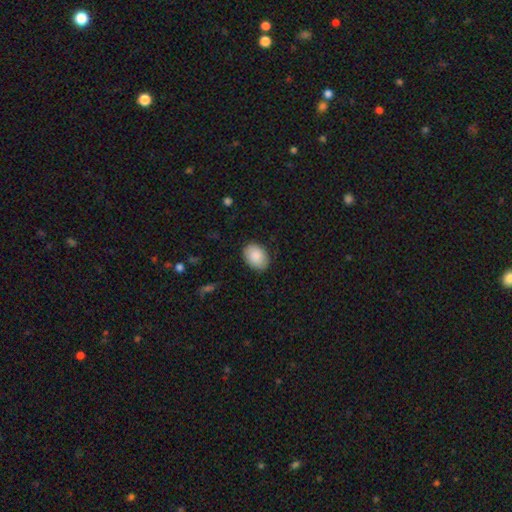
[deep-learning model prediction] Smooth or featured: smooth — 88% (star or artifact — 6%)
How rounded: in between — 80% (round — 19%)
Merging: none — 85% (minor disturbance — 11%)